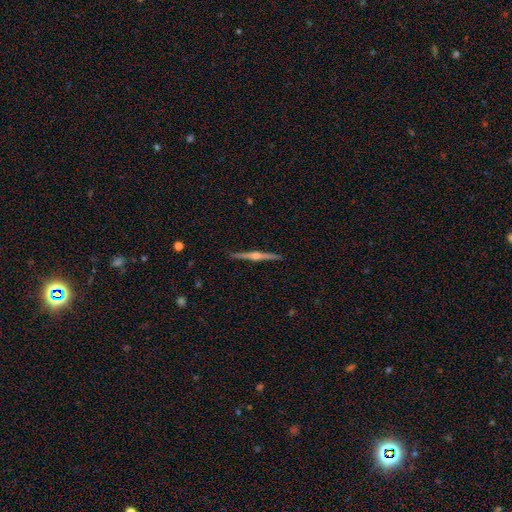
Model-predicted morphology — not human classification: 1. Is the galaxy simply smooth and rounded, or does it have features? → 83% featured or disk, 12% smooth, 5% star or artifact.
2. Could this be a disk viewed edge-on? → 99% yes, 1% no.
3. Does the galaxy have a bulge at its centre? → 92% rounded, 4% boxy, 4% none.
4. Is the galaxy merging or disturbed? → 92% none, 6% minor disturbance, 1% major disturbance, 1% merger.